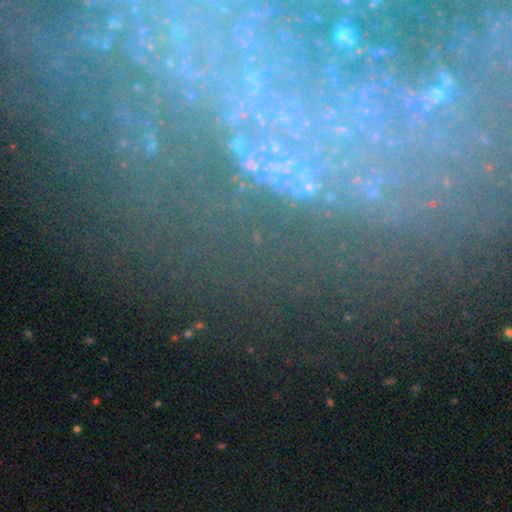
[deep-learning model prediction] Smooth or featured: star or artifact — 51% (featured or disk — 33%)